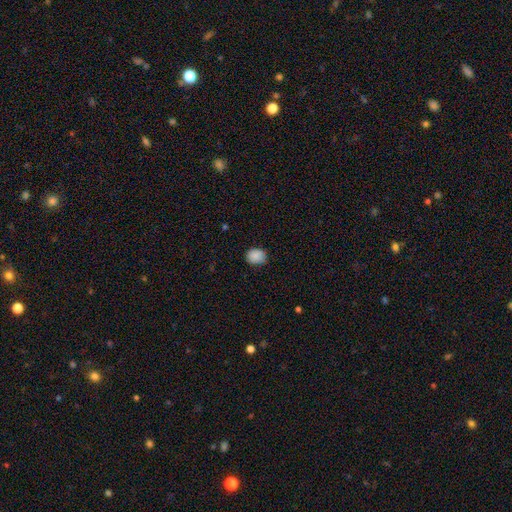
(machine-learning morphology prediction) smooth_or_featured: smooth (p=0.89) [alt: star or artifact p=0.08]
how_rounded: round (p=0.51) [alt: in between p=0.48]
merging: none (p=0.82) [alt: minor disturbance p=0.15]